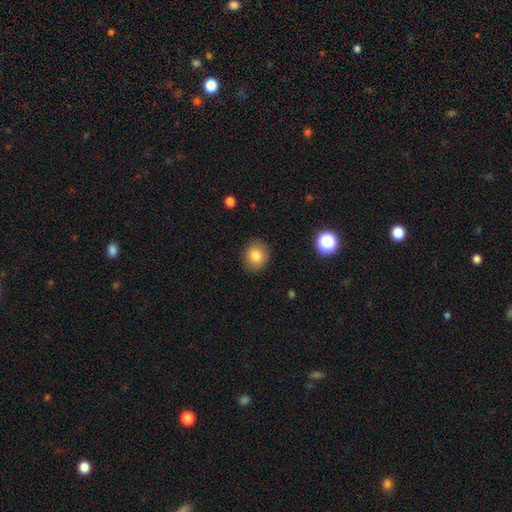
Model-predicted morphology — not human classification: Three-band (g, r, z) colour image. It shows a smooth galaxy with no disk features (81%) that is round (70%). Merging: none (88%).